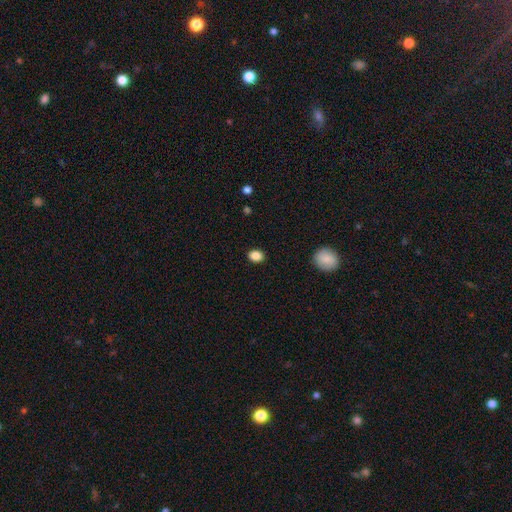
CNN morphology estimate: A smooth galaxy with no disk features (87%) that is in between round and cigar-shaped (51%).

Vote fractions:
- Smooth or featured? smooth: 87% / star or artifact: 10% / featured or disk: 4%
- How rounded? in between: 51% / round: 48% / cigar-shaped: 1%
- Merging? none: 89% / minor disturbance: 7% / major disturbance: 2% / merger: 1%